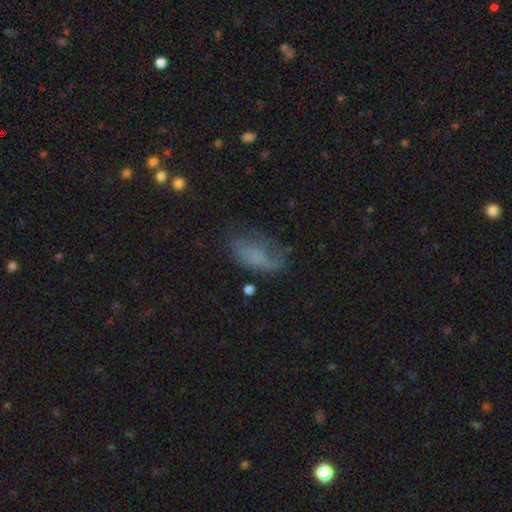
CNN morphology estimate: Smooth or featured? Predicted: smooth (p=0.58). How rounded? Predicted: in between (p=0.88). Merging? Predicted: none (p=0.48).